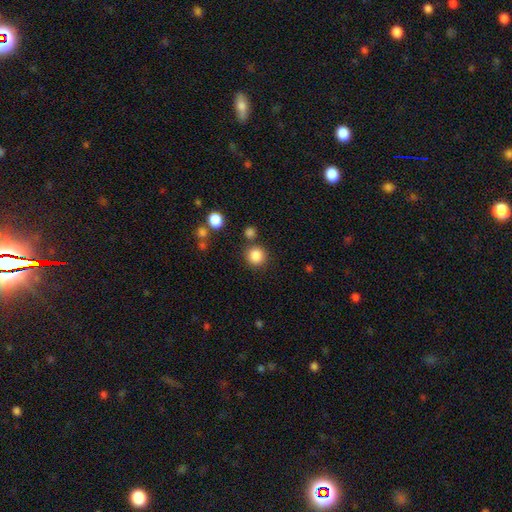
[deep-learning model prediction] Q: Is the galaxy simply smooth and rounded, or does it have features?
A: smooth — 86%.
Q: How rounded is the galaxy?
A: round — 93%.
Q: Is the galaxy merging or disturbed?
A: none — 84%.